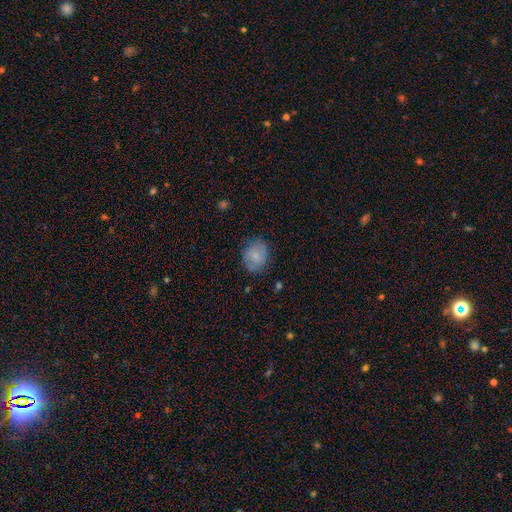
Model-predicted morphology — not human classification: Smooth or featured? smooth (73%)
How rounded? in between (54%)
Merging? none (76%)